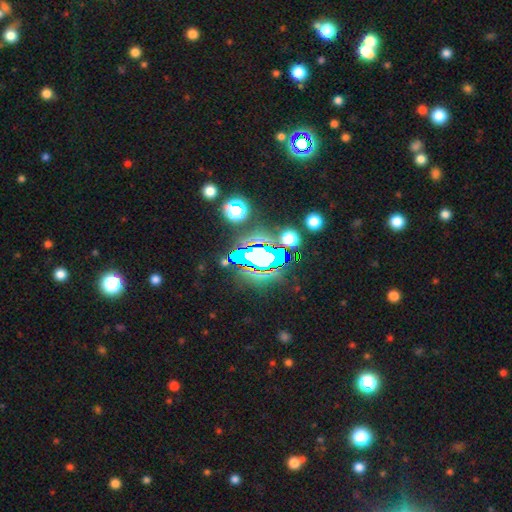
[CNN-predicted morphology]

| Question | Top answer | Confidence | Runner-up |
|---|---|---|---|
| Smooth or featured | star or artifact | 65% | smooth (18%) |